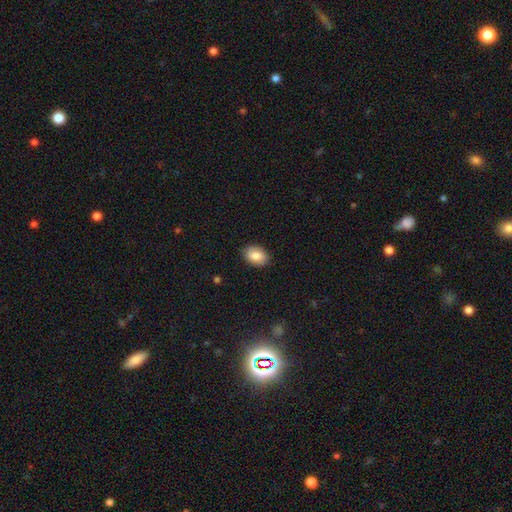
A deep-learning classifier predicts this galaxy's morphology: Smooth or featured: smooth — 86% (star or artifact — 7%)
How rounded: in between — 82% (round — 17%)
Merging: none — 87% (minor disturbance — 10%)